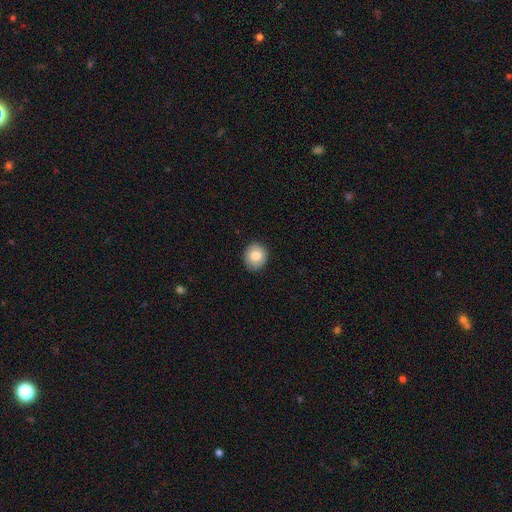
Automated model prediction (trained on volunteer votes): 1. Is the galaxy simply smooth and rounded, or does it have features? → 80% smooth, 11% featured or disk, 8% star or artifact.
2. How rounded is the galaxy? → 78% round, 22% in between, 1% cigar-shaped.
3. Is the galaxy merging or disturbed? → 88% none, 9% minor disturbance, 2% major disturbance, 1% merger.